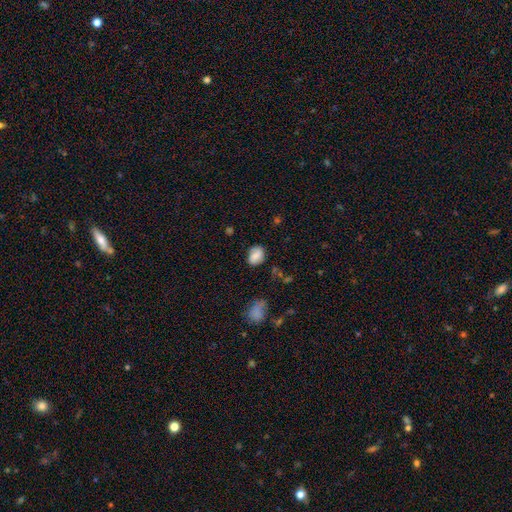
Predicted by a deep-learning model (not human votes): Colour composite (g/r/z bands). It shows a smooth galaxy with no disk features (75%) that is in between round and cigar-shaped (67%). Merging: none (71%).